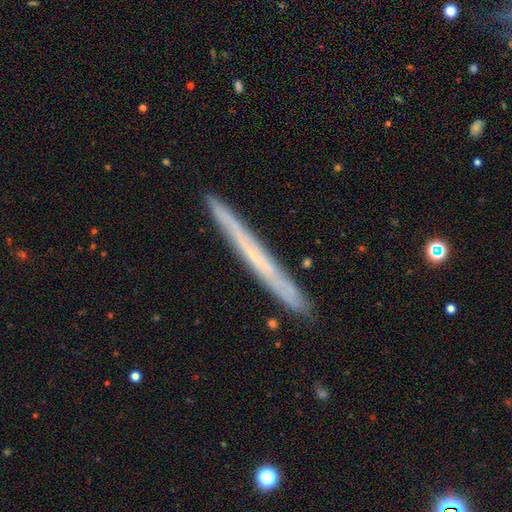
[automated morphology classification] smooth_or_featured: featured or disk (p=0.54) [alt: smooth p=0.39]
disk_edge_on: yes (p=0.96) [alt: no p=0.04]
edge_on_bulge: none (p=0.85) [alt: rounded p=0.12]
merging: none (p=0.91) [alt: minor disturbance p=0.07]